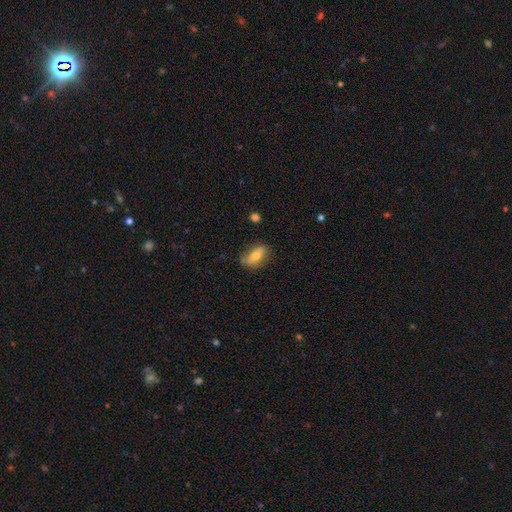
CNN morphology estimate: smooth_or_featured: smooth (p=0.61) [alt: featured or disk p=0.31]
how_rounded: in between (p=0.84) [alt: cigar-shaped p=0.10]
merging: none (p=0.72) [alt: minor disturbance p=0.21]